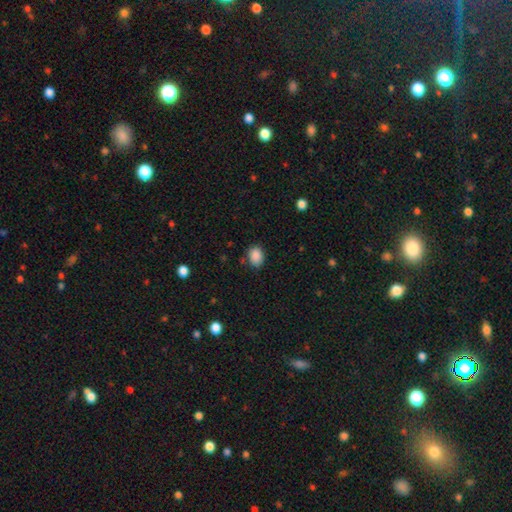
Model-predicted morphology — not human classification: Smooth or featured? smooth (88%)
How rounded? in between (65%)
Merging? none (79%)